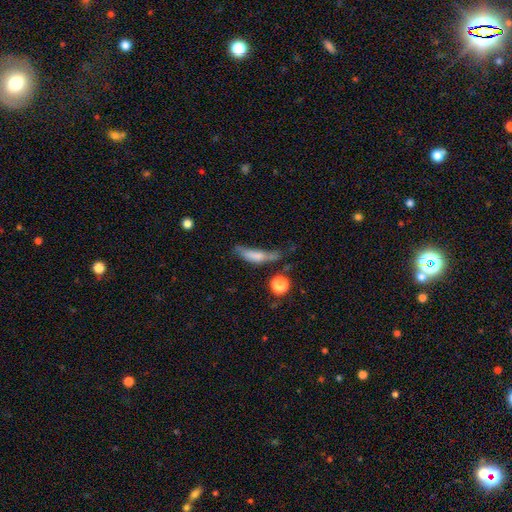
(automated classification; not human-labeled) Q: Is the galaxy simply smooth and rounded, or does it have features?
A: smooth — 64%.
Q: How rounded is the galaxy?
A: cigar-shaped — 59%.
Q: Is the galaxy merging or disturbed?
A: none — 31%.